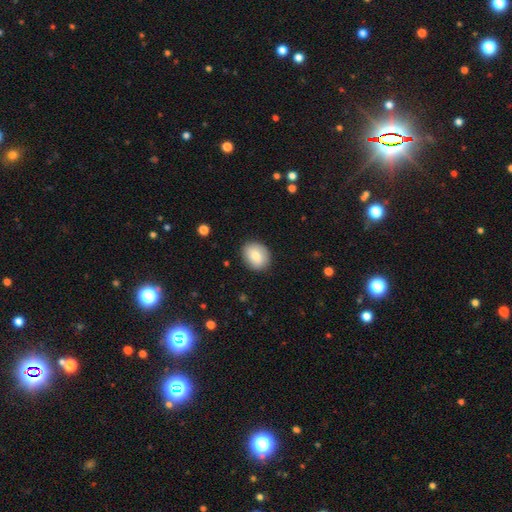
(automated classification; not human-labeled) smooth_or_featured: smooth (p=0.79) [alt: featured or disk p=0.14]
how_rounded: round (p=0.54) [alt: in between p=0.45]
merging: none (p=0.87) [alt: minor disturbance p=0.10]